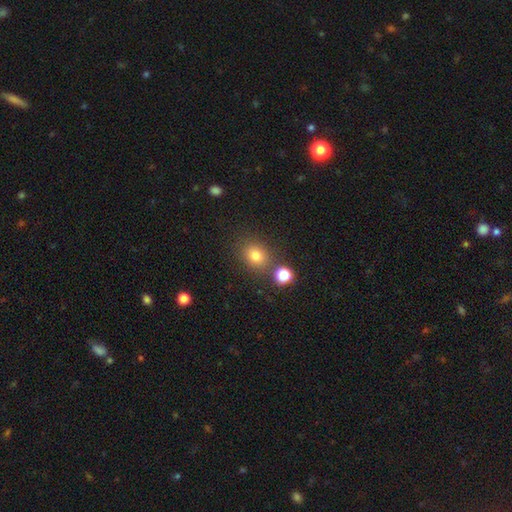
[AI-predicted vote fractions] A smooth galaxy with no disk features (78%) that is round (64%). Merging: none (74%).